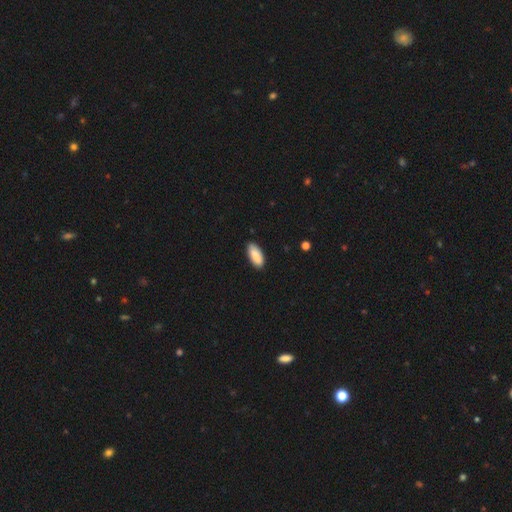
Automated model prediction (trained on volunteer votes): Morphology: type=smooth (88%); roundness=in between (80%); merging=none (87%).